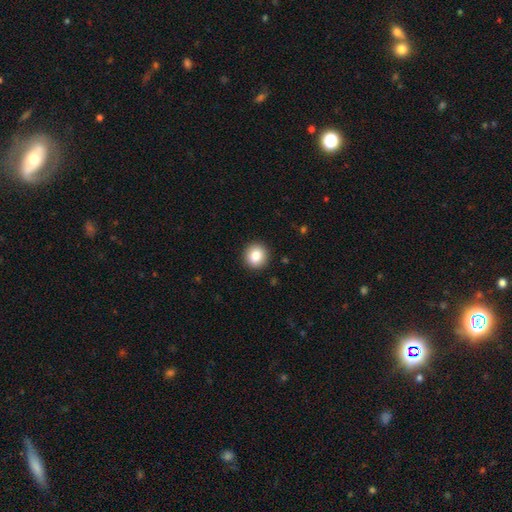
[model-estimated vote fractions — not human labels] Smooth or featured? smooth (83%)
How rounded? round (92%)
Merging? none (92%)